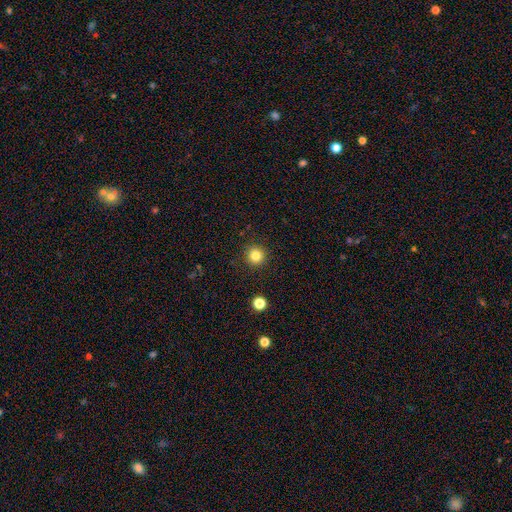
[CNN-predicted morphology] Smooth or featured: smooth — 83% (star or artifact — 12%)
How rounded: round — 95% (in between — 4%)
Merging: none — 92% (minor disturbance — 5%)